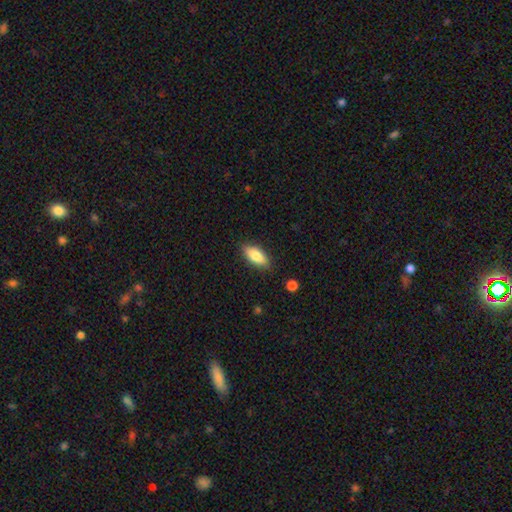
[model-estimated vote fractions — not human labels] Smooth or featured? Predicted: smooth (p=0.81). How rounded? Predicted: in between (p=0.80). Merging? Predicted: none (p=0.85).